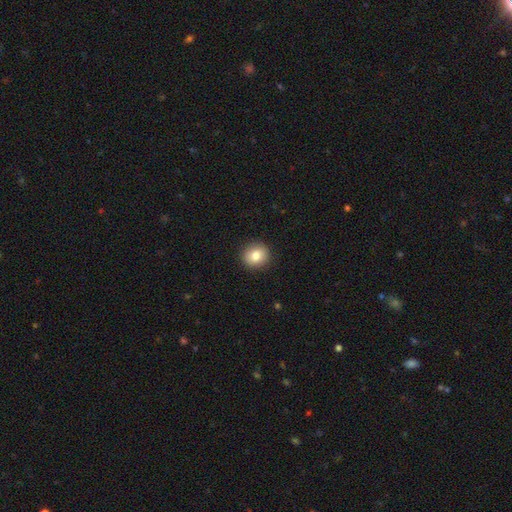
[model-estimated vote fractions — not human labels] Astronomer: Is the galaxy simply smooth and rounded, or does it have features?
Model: smooth — 81%.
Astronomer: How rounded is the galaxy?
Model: round — 86%.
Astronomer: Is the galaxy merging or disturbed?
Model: none — 91%.